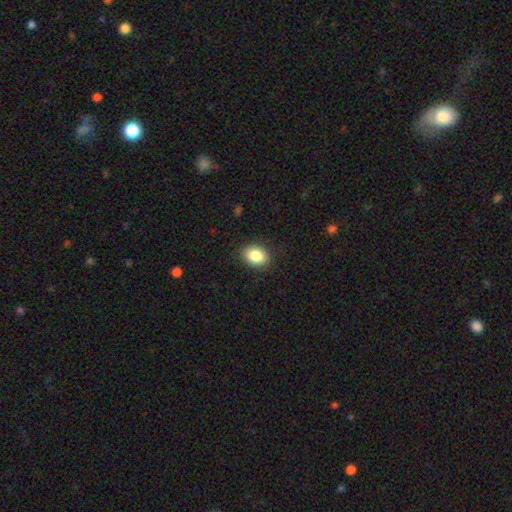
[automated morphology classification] smooth 86%, star or artifact 8%, featured or disk 6%. Down the decision tree: how rounded — in between (69%); merging — none (88%).